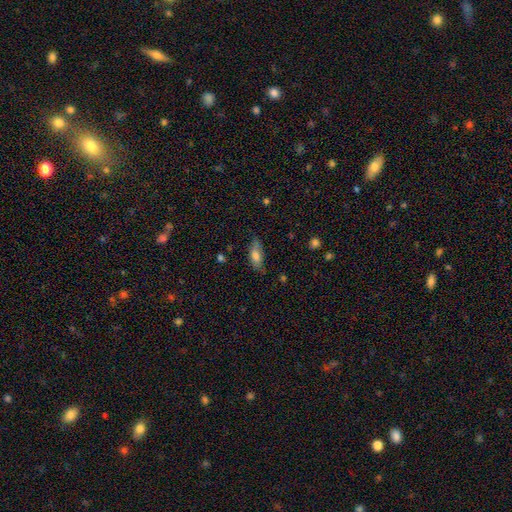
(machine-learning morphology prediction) Smooth or featured? smooth (71%)
How rounded? in between (72%)
Merging? none (67%)